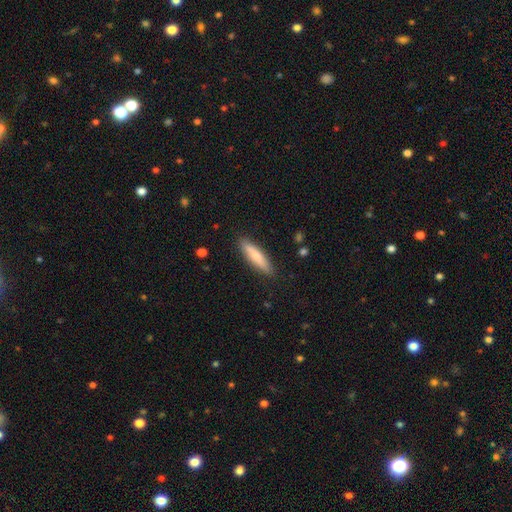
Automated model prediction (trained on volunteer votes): Smooth or featured? smooth (75%)
How rounded? cigar-shaped (77%)
Merging? none (86%)